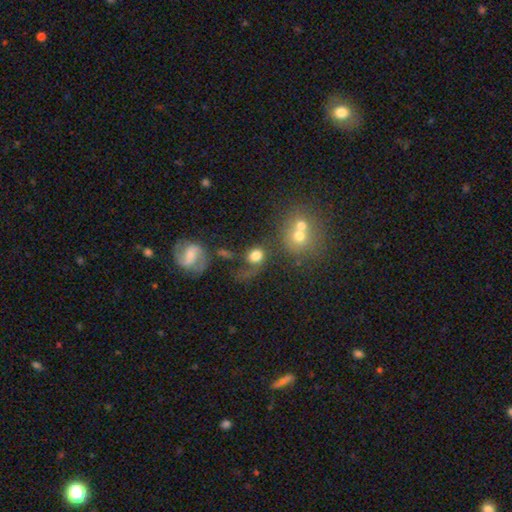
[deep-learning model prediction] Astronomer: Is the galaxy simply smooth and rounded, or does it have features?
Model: smooth — 68%.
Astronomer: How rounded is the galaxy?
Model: round — 65%.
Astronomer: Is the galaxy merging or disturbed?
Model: none — 35% (runner-up: major disturbance, 28%).